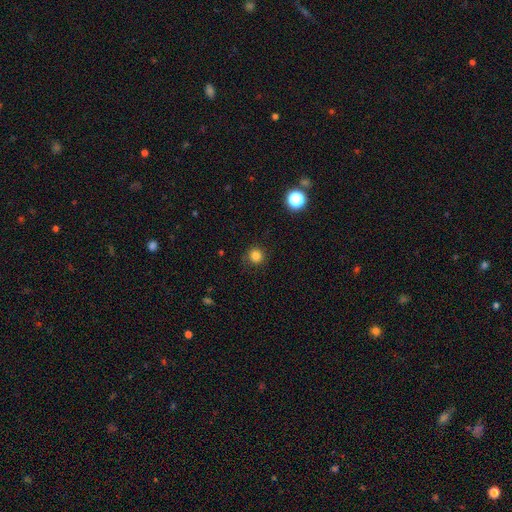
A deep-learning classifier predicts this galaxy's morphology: Overall: smooth (82%). How rounded: round (94%). Merging: none (87%).